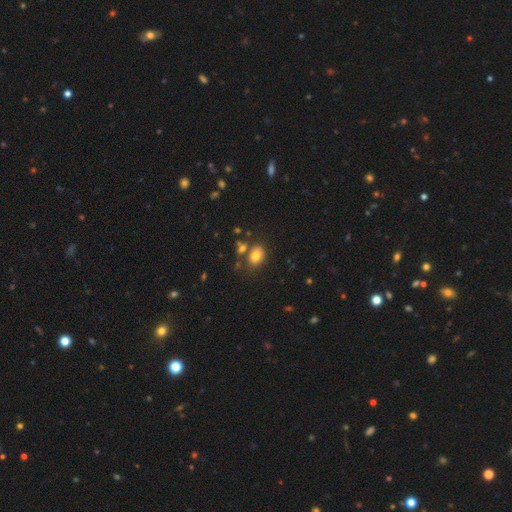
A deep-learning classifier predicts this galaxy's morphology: Q: Smooth or featured?
A: smooth (78%); runner-up: featured or disk (11%)
Q: How rounded?
A: in between (73%); runner-up: round (26%)
Q: Merging?
A: none (68%); runner-up: merger (14%)